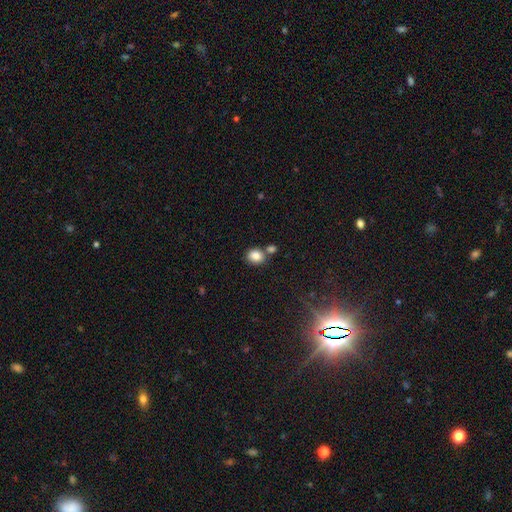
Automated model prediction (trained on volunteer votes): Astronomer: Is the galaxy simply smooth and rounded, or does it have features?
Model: smooth — 84%.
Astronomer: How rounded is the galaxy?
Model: round — 61% (runner-up: in between, 38%).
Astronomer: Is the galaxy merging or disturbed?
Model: none — 63%.